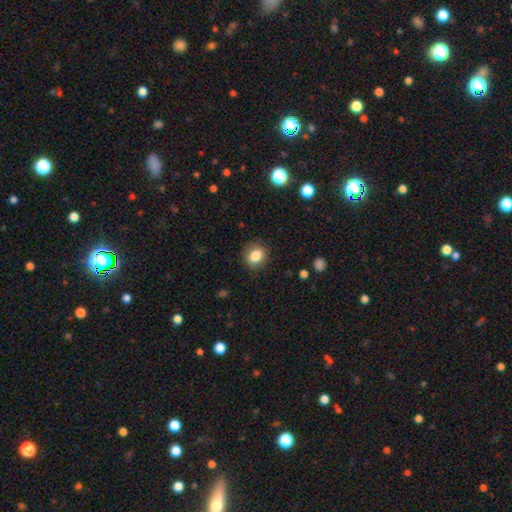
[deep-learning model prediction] Q: Smooth or featured?
A: smooth (84%); runner-up: star or artifact (10%)
Q: How rounded?
A: round (65%); runner-up: in between (34%)
Q: Merging?
A: none (86%); runner-up: minor disturbance (10%)